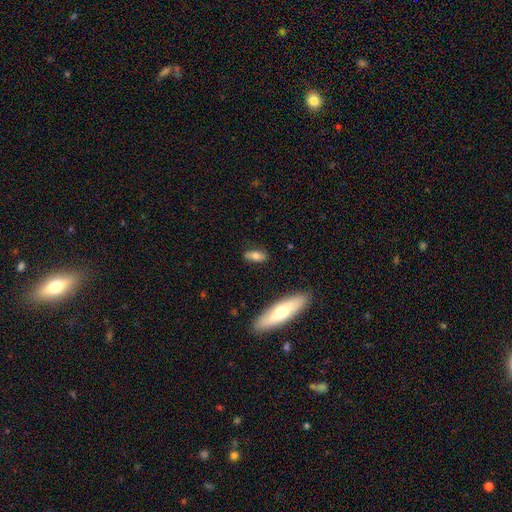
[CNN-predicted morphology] This is likely a smooth galaxy (69%). How rounded: likely in between (72%). Merging: clearly none (80%).